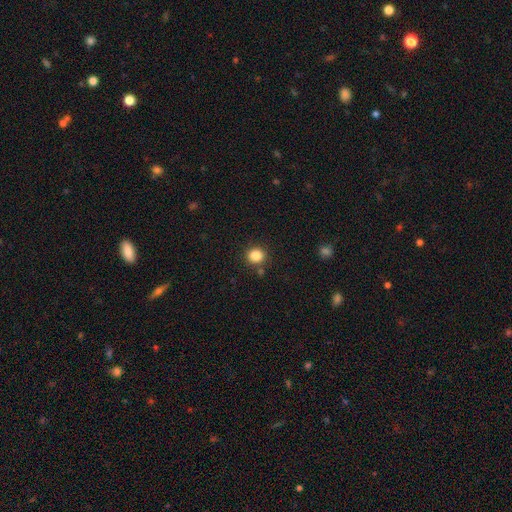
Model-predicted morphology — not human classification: smooth 85%, star or artifact 11%, featured or disk 4%. Down the decision tree: how rounded — round (84%); merging — none (85%).